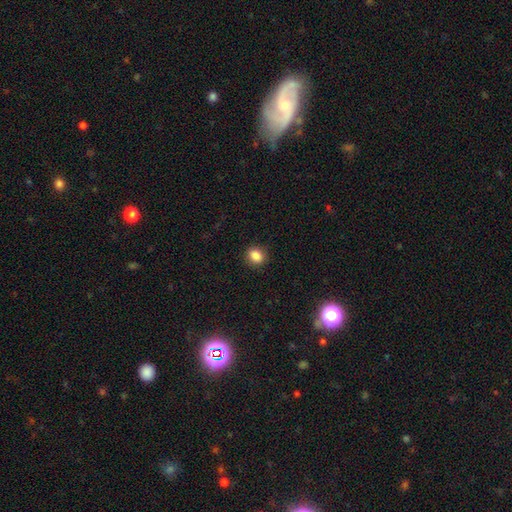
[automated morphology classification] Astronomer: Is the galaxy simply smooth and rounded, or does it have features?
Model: smooth — 86%.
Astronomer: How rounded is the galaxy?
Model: round — 60% (runner-up: in between, 39%).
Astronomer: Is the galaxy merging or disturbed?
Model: none — 88%.